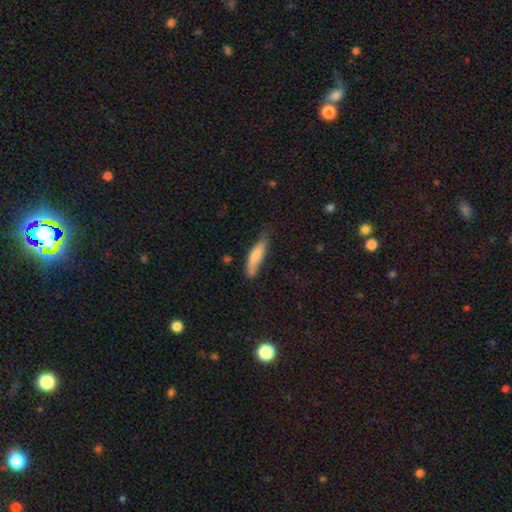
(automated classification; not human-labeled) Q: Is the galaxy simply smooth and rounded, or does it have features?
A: smooth — 68%.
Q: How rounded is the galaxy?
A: cigar-shaped — 73%.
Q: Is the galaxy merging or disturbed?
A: none — 64%.